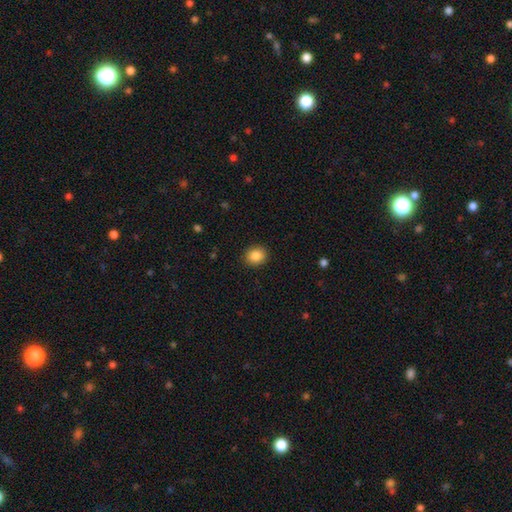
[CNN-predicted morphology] The model was most divided on "how rounded": round: 72%, in between: 27%, cigar-shaped: 1%. More confident: merging — none (90%); smooth or featured — smooth (87%).